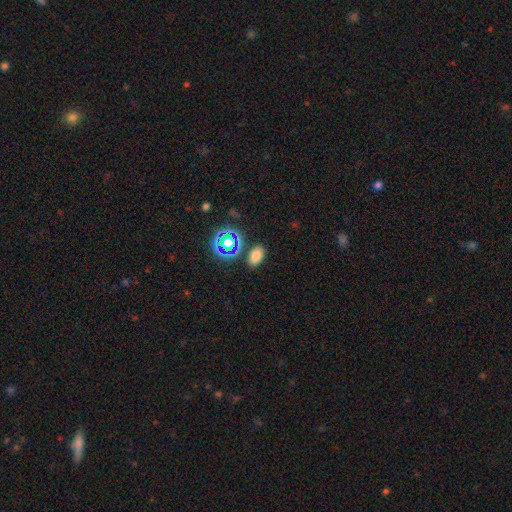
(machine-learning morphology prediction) Smooth or featured: smooth — 72% (star or artifact — 21%)
How rounded: in between — 87% (round — 11%)
Merging: none — 82% (minor disturbance — 10%)